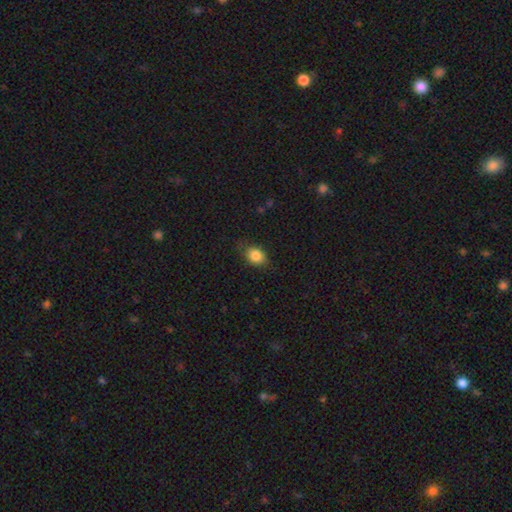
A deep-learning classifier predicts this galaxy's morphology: Smooth or featured: smooth — 84% (star or artifact — 9%)
How rounded: in between — 67% (round — 32%)
Merging: none — 78% (minor disturbance — 17%)